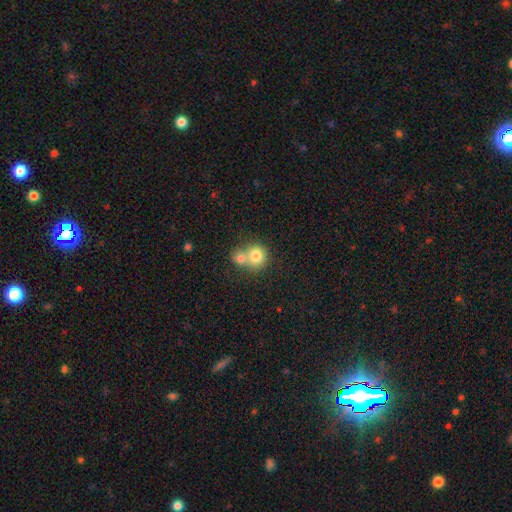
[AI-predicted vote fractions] A smooth galaxy with no disk features (77%) that is round (84%).

Vote fractions:
- Smooth or featured? smooth: 77% / featured or disk: 13% / star or artifact: 10%
- How rounded? round: 84% / in between: 15% / cigar-shaped: 1%
- Merging? merger: 57% / none: 34% / minor disturbance: 6% / major disturbance: 2%